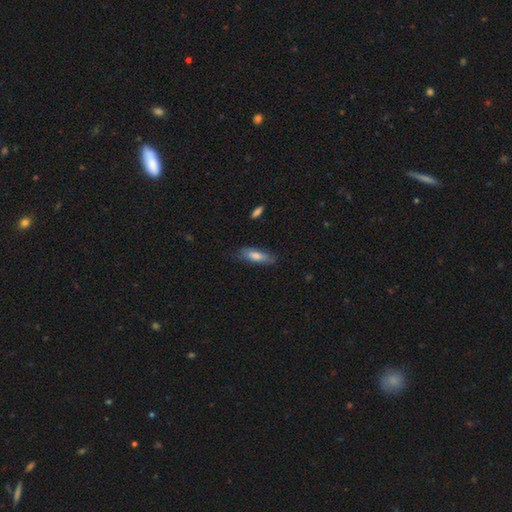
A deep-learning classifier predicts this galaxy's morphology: This appears to be a smooth galaxy with no disk features (69%) that is cigar-shaped (54%). Merging: none (75%).